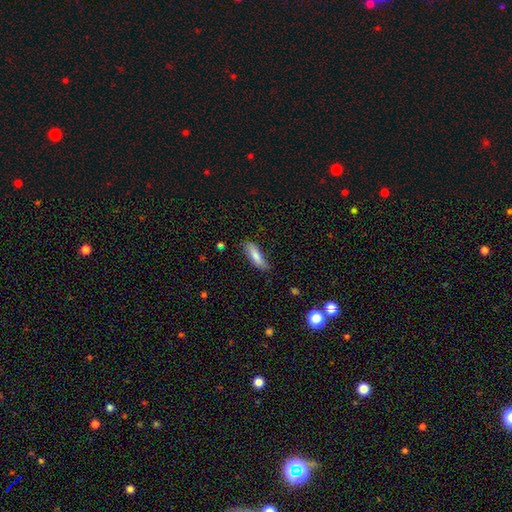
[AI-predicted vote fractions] Morphology: type=smooth (79%); roundness=cigar-shaped (56%); merging=none (78%).